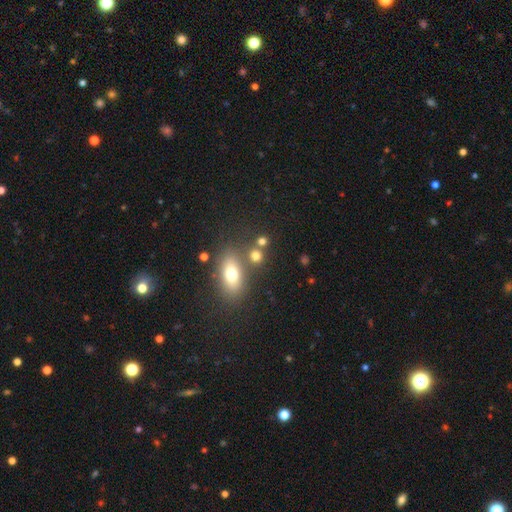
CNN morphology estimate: This appears to be a smooth galaxy with no disk features (74%) that is round (64%). Merging: none (65%).